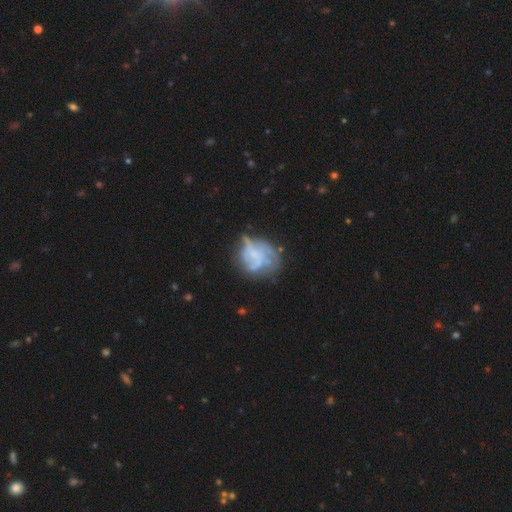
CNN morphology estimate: smooth_or_featured: featured or disk (p=0.58) [alt: smooth p=0.32]
disk_edge_on: no (p=0.98) [alt: yes p=0.02]
bar: no (p=0.76) [alt: weak p=0.20]
has_spiral_arms: yes (p=0.51) [alt: no p=0.49]
bulge_size: none (p=0.53) [alt: small p=0.28]
merging: none (p=0.39) [alt: major disturbance p=0.29]